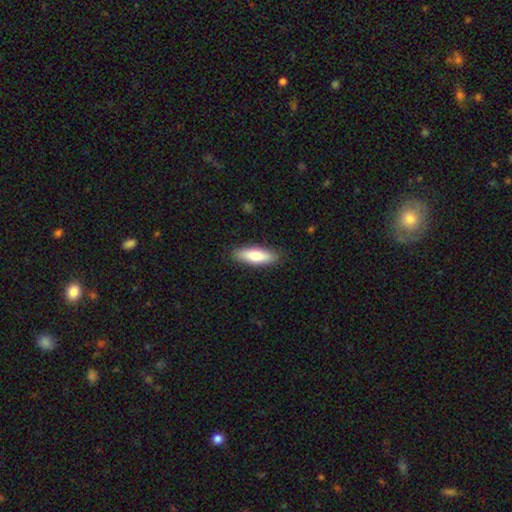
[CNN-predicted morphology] Smooth or featured?
  - smooth: 76% *
  - featured or disk: 19%
  - star or artifact: 5%
How rounded?
  - in between: 49% * (tied)
  - cigar-shaped: 49% * (tied)
  - round: 2%
Merging?
  - none: 88% *
  - minor disturbance: 9%
  - major disturbance: 2%
  - merger: 1%